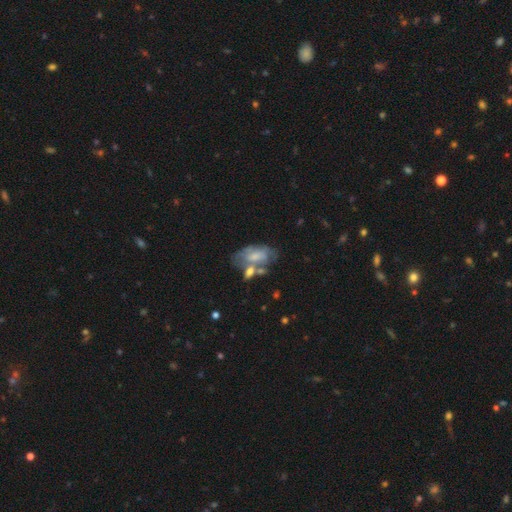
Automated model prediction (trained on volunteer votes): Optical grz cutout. It shows a smooth galaxy with no disk features (48%). Merging: merger (33%).